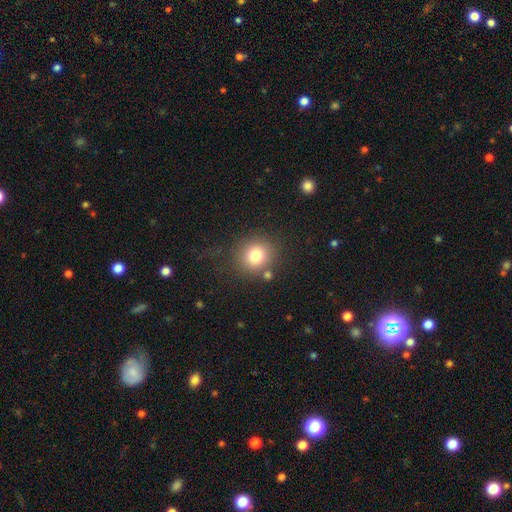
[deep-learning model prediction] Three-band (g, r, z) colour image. It shows a smooth galaxy with no disk features (79%) that is round (85%). Merging: none (77%).